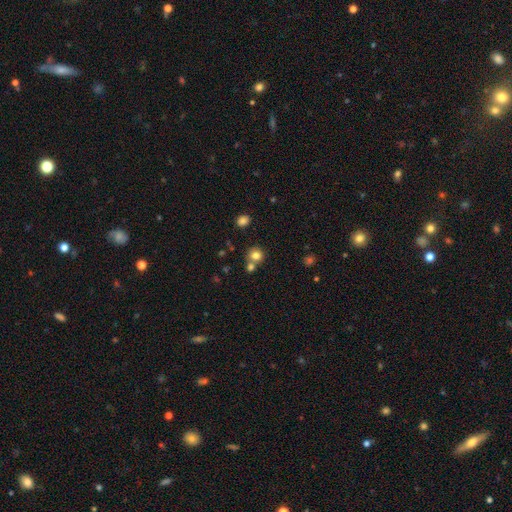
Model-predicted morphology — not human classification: The model was most divided on "merging": none: 59%, merger: 30%, minor disturbance: 8%, major disturbance: 3%. More confident: how rounded — round (87%); smooth or featured — smooth (79%).